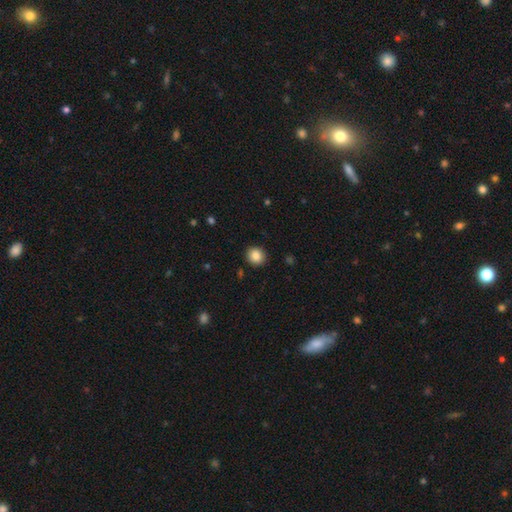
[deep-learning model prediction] Morphology: type=smooth (87%); roundness=round (85%); merging=none (91%).